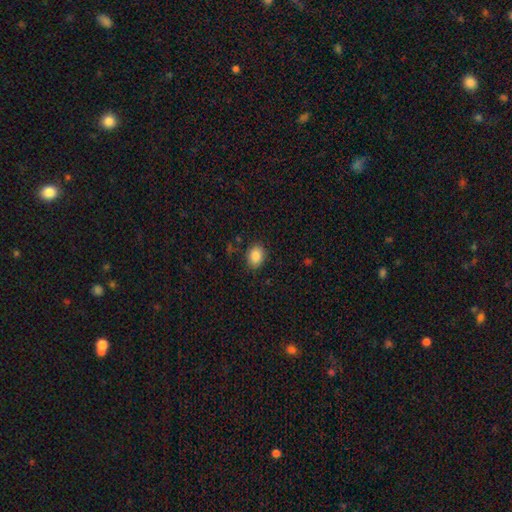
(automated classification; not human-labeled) Smooth or featured: smooth — 86% (star or artifact — 9%)
How rounded: in between — 62% (round — 37%)
Merging: none — 84% (minor disturbance — 12%)